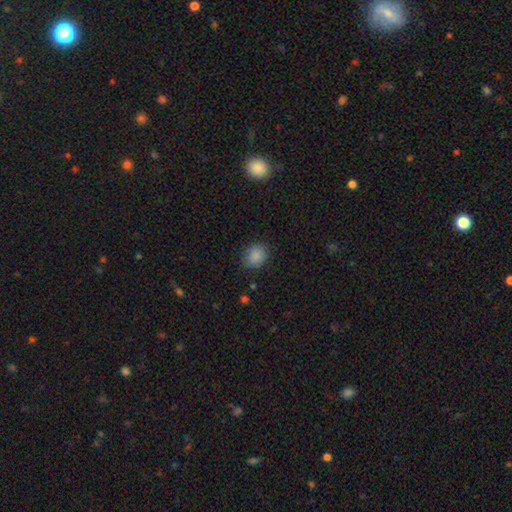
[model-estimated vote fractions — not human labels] A smooth galaxy with no disk features (86%) that is round (54%).

Vote fractions:
- Smooth or featured? smooth: 86% / star or artifact: 9% / featured or disk: 4%
- How rounded? round: 54% / in between: 46% / cigar-shaped: 1%
- Merging? none: 81% / minor disturbance: 14% / major disturbance: 3% / merger: 1%